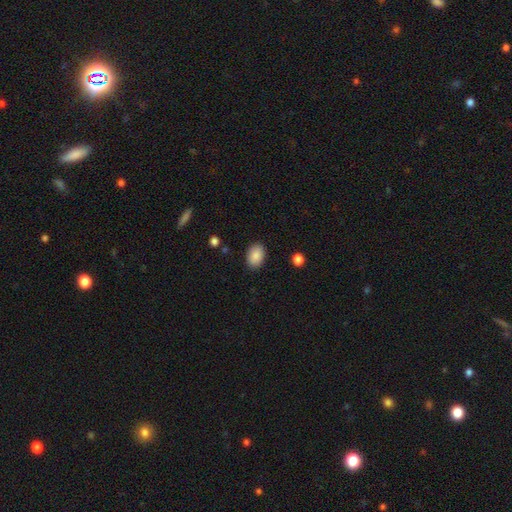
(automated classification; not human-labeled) Smooth or featured: smooth — 88% (star or artifact — 7%)
How rounded: in between — 86% (round — 13%)
Merging: none — 88% (minor disturbance — 8%)